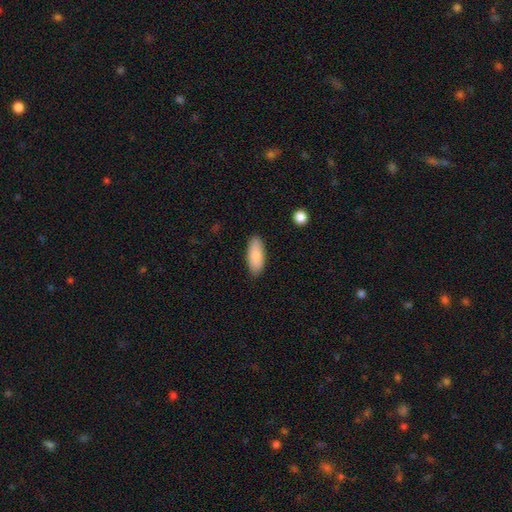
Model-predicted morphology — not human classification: Overall: smooth (87%). How rounded: in between (79%). Merging: none (87%).